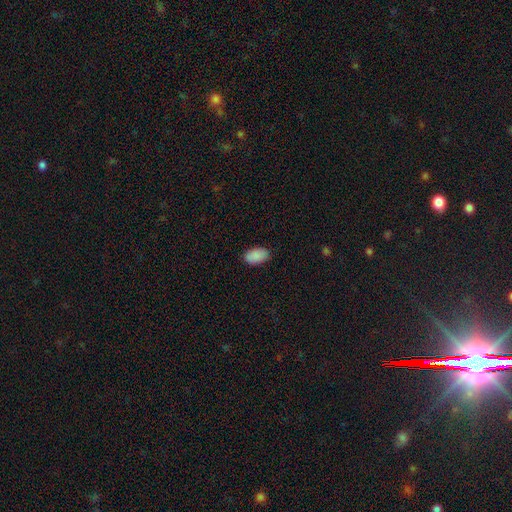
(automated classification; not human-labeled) The model was most divided on "merging": none: 86%, minor disturbance: 11%, major disturbance: 2%, merger: 1%. More confident: how rounded — in between (94%); smooth or featured — smooth (90%).